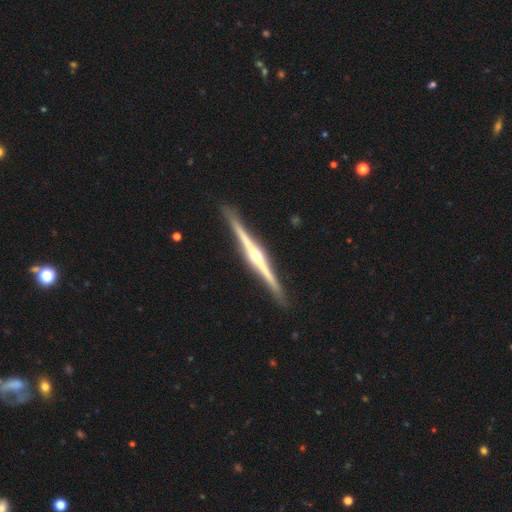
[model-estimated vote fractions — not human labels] A featured or disk galaxy (89%) viewed edge-on (99%) with a rounded central bulge (89%). Merging: none (92%).